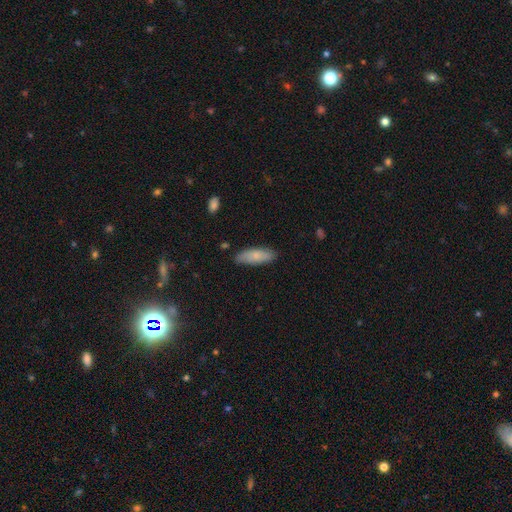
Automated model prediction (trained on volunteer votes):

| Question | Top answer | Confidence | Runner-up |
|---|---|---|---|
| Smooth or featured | smooth | 77% | featured or disk (17%) |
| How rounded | in between | 62% | cigar-shaped (36%) |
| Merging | none | 81% | minor disturbance (15%) |